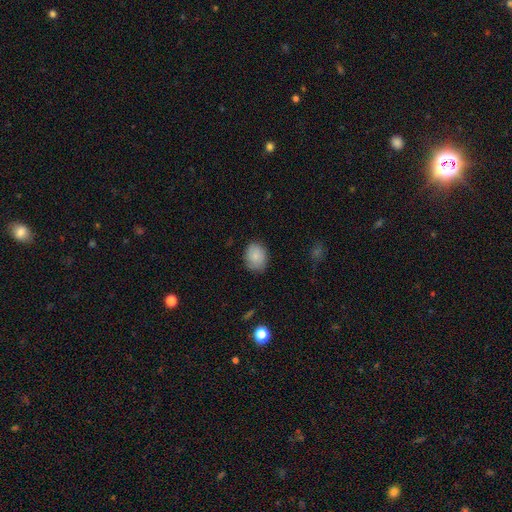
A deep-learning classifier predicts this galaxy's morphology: smooth-or-featured: smooth: 85% | featured or disk: 8% | star or artifact: 7%
  how-rounded: in between: 53% | round: 46% | cigar-shaped: 1%
  merging: none: 78% | minor disturbance: 17% | major disturbance: 3% | merger: 1%